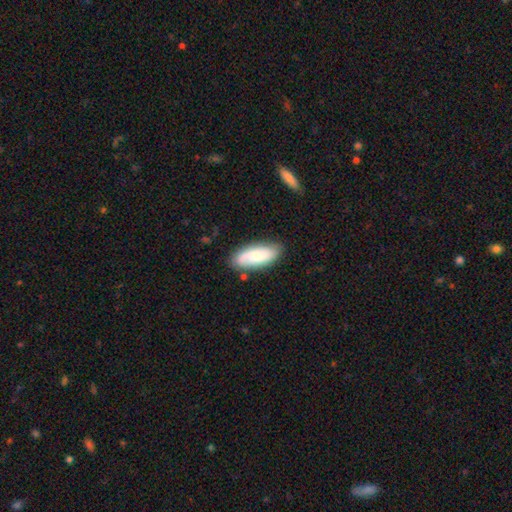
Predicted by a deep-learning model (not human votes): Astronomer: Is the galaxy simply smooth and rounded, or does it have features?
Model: smooth — 61%.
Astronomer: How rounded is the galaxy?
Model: in between — 82%.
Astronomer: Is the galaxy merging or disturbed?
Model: none — 80%.